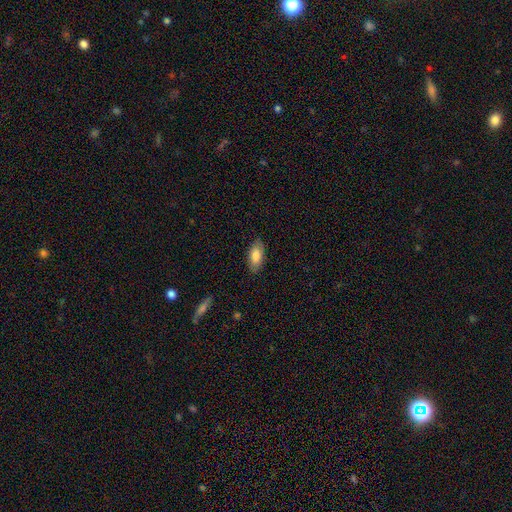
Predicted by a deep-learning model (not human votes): The model was most divided on "smooth or featured": smooth: 78%, featured or disk: 16%, star or artifact: 6%. More confident: how rounded — in between (91%); merging — none (86%).